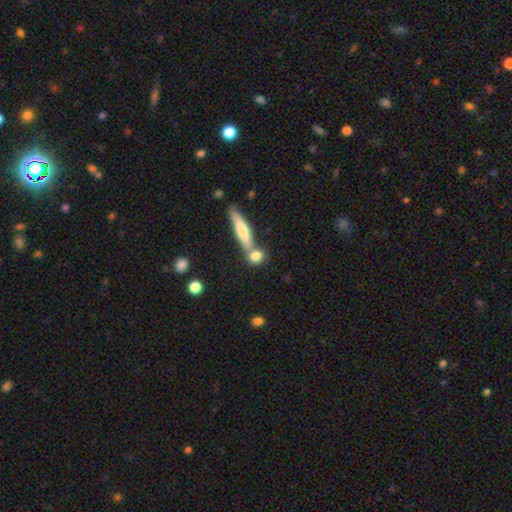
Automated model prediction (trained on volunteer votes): Q: Smooth or featured?
A: smooth (79%); runner-up: featured or disk (13%)
Q: How rounded?
A: round (61%); runner-up: in between (21%)
Q: Merging?
A: none (56%); runner-up: merger (32%)